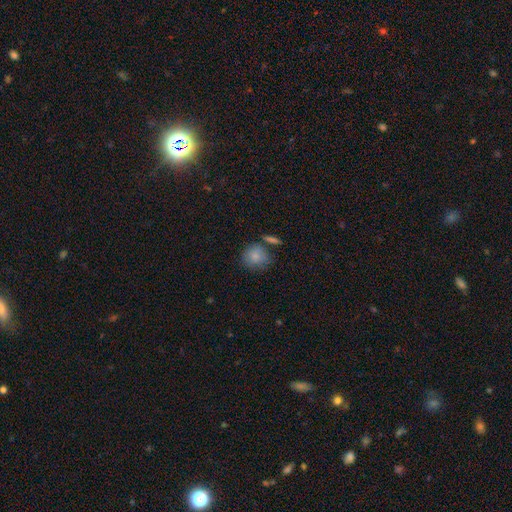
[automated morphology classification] The model was most divided on "merging": none: 63%, minor disturbance: 19%, merger: 12%, major disturbance: 6%. More confident: smooth or featured — smooth (83%); how rounded — round (82%).